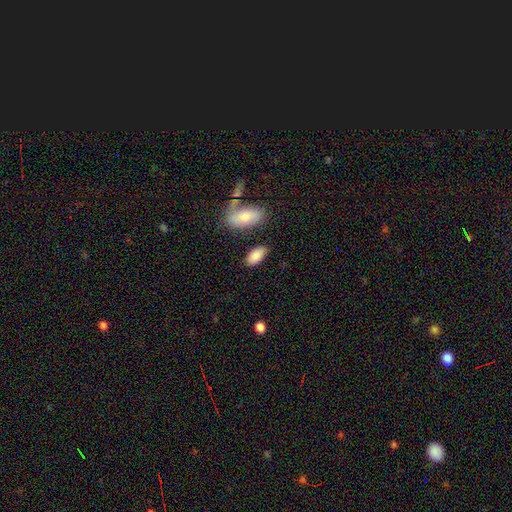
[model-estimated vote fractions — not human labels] A smooth galaxy with no disk features (87%) that is in between round and cigar-shaped (93%). Merging: none (77%).